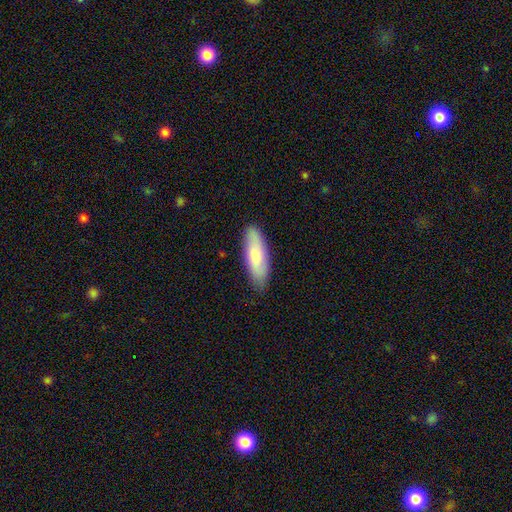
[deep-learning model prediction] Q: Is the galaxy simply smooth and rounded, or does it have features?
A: smooth — 80%.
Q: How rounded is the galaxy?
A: in between — 59%.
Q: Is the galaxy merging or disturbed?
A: none — 82%.